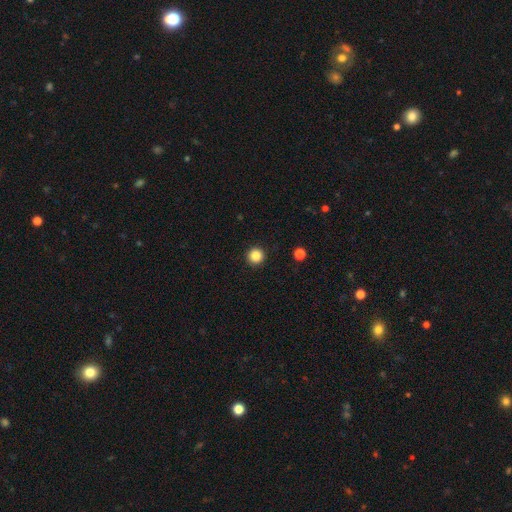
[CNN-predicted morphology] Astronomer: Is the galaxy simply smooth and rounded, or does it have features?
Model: smooth — 85%.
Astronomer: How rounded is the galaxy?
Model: round — 96%.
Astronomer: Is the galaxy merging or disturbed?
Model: none — 93%.